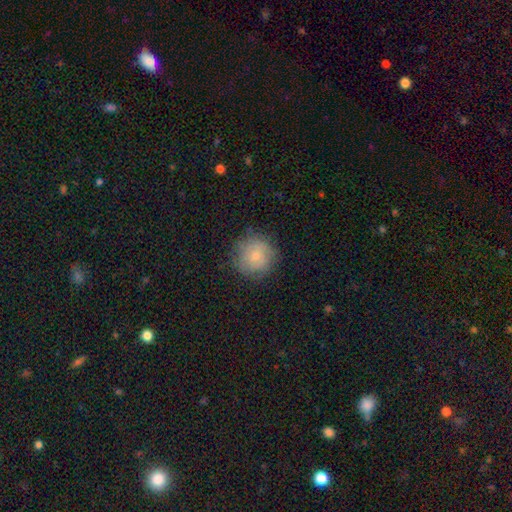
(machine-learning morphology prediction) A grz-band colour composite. It shows a smooth galaxy with no disk features (66%) that is round (93%). Merging: none (79%).